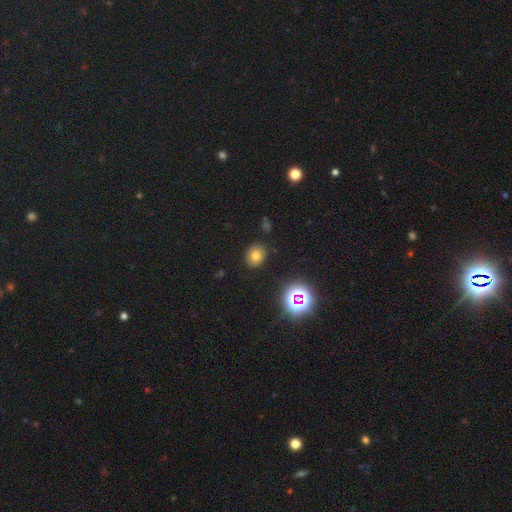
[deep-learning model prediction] Smooth or featured? smooth (70%)
How rounded? round (56%)
Merging? none (85%)